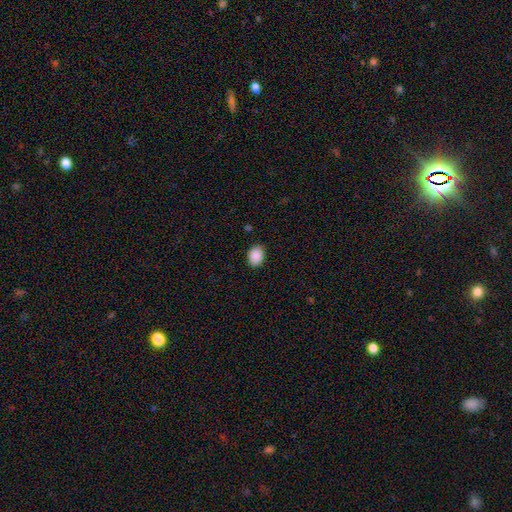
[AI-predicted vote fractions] Smooth or featured? smooth (90%)
How rounded? in between (76%)
Merging? none (88%)